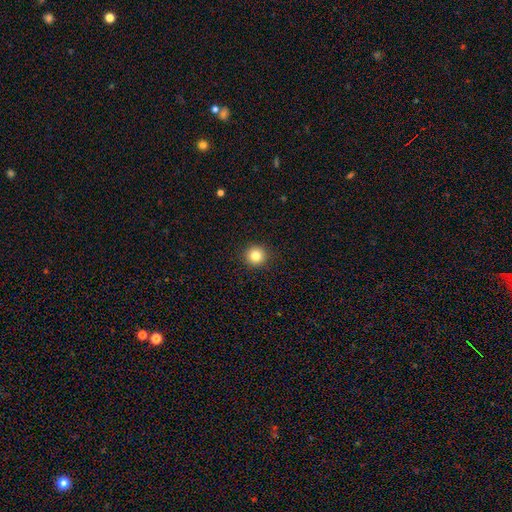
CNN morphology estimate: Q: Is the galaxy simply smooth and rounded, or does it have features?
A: smooth — 83%.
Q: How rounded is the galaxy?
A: round — 94%.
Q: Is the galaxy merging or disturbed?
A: none — 93%.